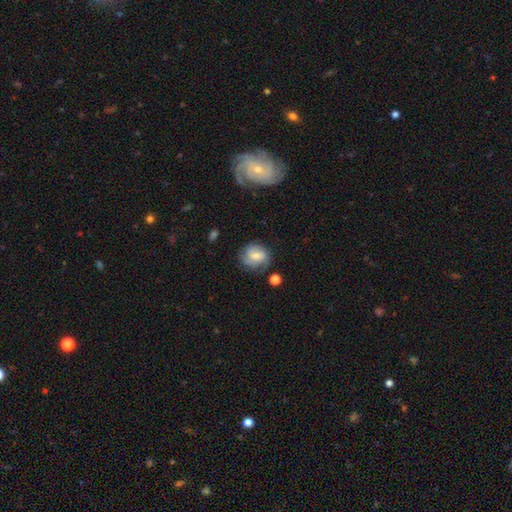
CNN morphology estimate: smooth_or_featured: smooth (p=0.56) [alt: featured or disk p=0.35]
how_rounded: round (p=0.70) [alt: in between p=0.29]
merging: none (p=0.65) [alt: minor disturbance p=0.24]